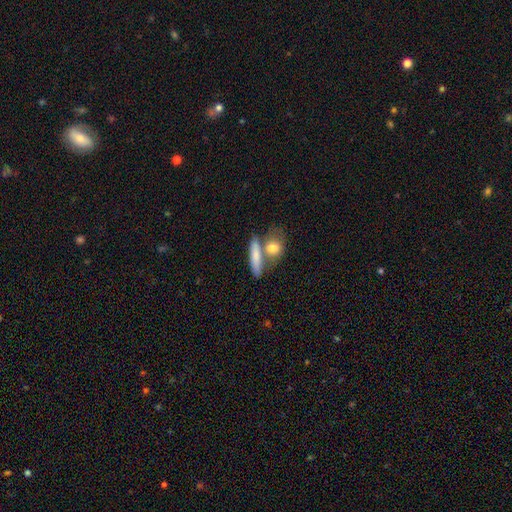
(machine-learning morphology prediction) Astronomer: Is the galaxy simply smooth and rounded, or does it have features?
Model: smooth — 77%.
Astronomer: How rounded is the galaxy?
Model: cigar-shaped — 53% (runner-up: in between, 35%).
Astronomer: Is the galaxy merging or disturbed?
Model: none — 47% (runner-up: merger, 37%).